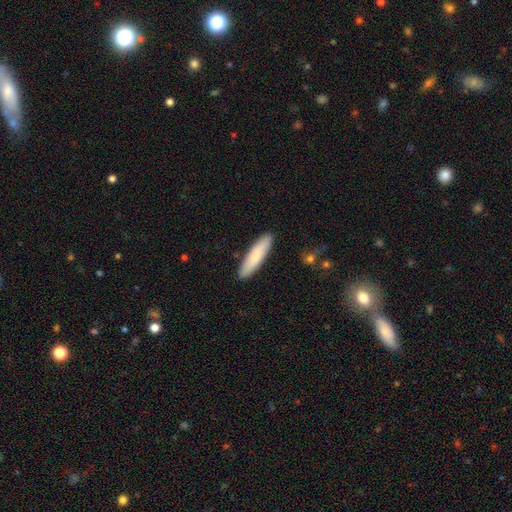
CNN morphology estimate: The model was most divided on "how rounded": cigar-shaped: 78%, in between: 20%, round: 1%. More confident: merging — none (90%); smooth or featured — smooth (83%).